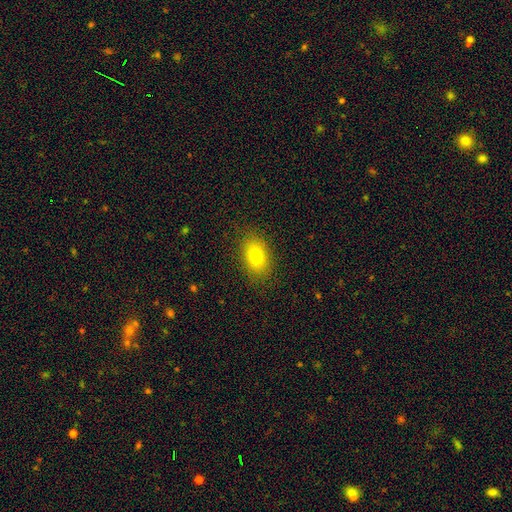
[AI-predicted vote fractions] Overall: smooth (77%). How rounded: in between (82%). Merging: none (86%).